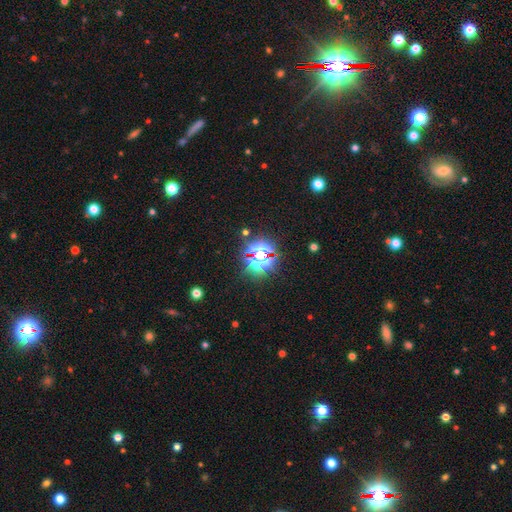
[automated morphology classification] smooth_or_featured: star or artifact (p=0.68) [alt: smooth p=0.21]